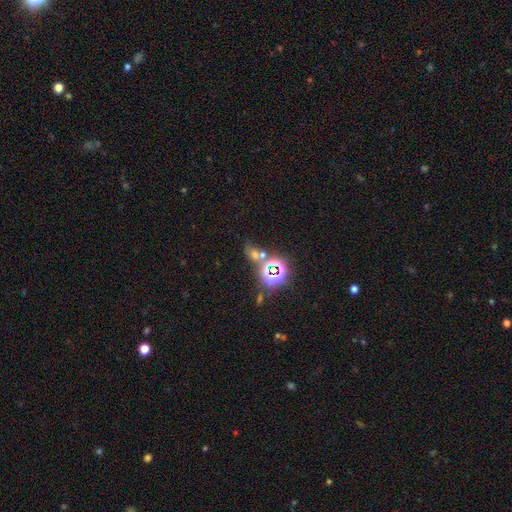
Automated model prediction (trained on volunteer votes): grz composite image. It shows a star or artifact, not a galaxy (71%).